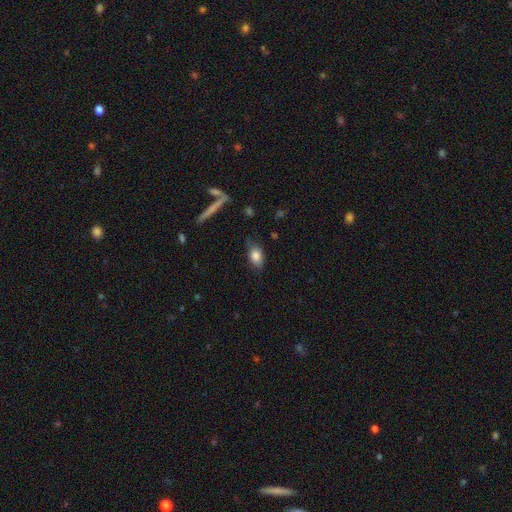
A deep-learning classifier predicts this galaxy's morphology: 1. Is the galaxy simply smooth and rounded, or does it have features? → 82% smooth, 10% featured or disk, 8% star or artifact.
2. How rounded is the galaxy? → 84% in between, 12% round, 4% cigar-shaped.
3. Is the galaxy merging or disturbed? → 71% none, 22% minor disturbance, 5% major disturbance, 2% merger.